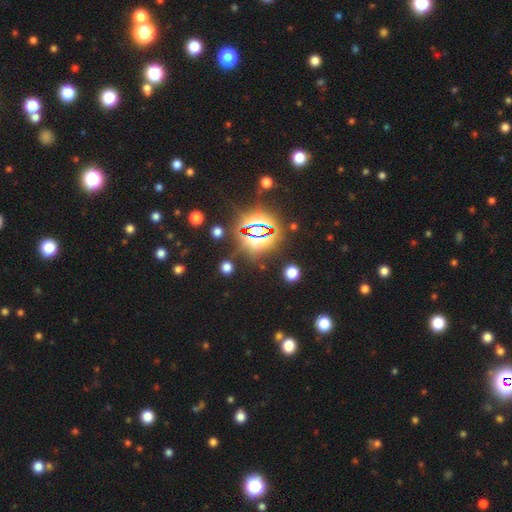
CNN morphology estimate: Overall: star or artifact (77%).